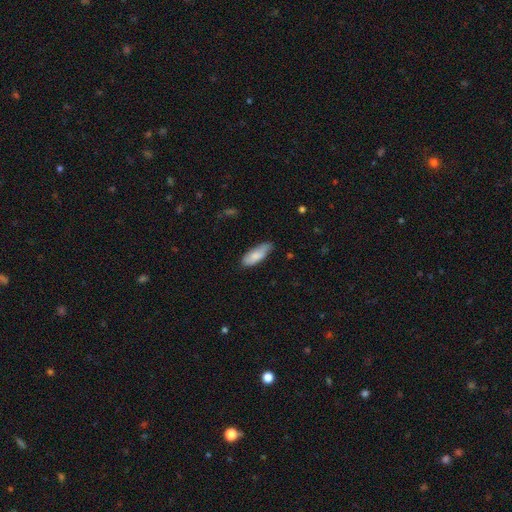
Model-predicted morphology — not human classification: A smooth galaxy with no disk features (81%) that is in between round and cigar-shaped (71%).

Vote fractions:
- Smooth or featured? smooth: 81% / featured or disk: 13% / star or artifact: 6%
- How rounded? in between: 71% / cigar-shaped: 28% / round: 2%
- Merging? none: 66% / minor disturbance: 28% / major disturbance: 5% / merger: 2%